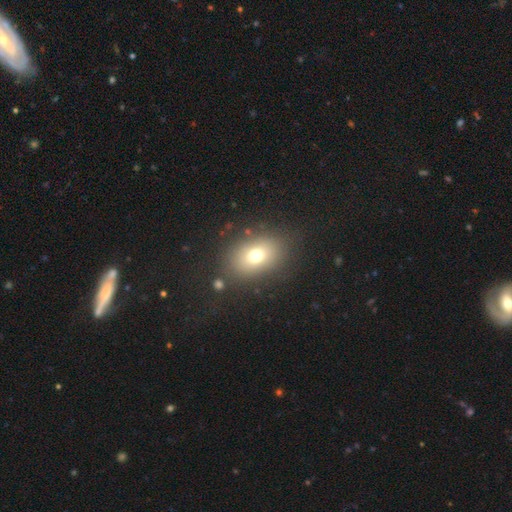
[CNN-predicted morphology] Overall: smooth (72%). How rounded: in between (74%). Merging: none (82%).